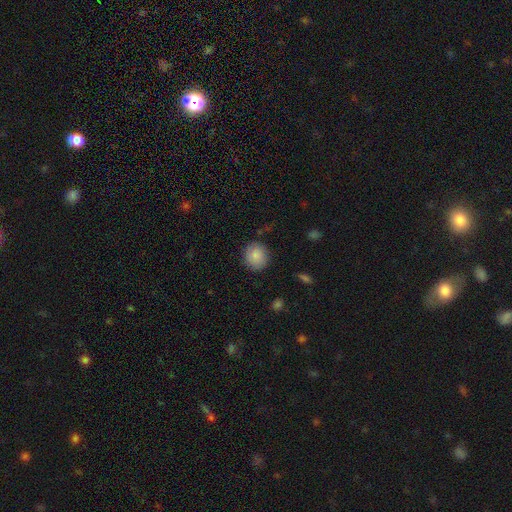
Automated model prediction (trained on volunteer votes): A smooth galaxy with no disk features (86%) that is round (84%).

Vote fractions:
- Smooth or featured? smooth: 86% / star or artifact: 7% / featured or disk: 7%
- How rounded? round: 84% / in between: 15% / cigar-shaped: 1%
- Merging? none: 85% / minor disturbance: 11% / major disturbance: 3% / merger: 1%